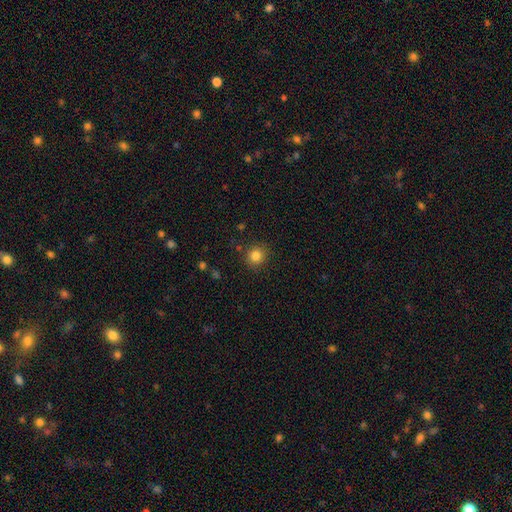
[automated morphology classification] Overall: smooth (83%). How rounded: round (89%). Merging: none (87%).